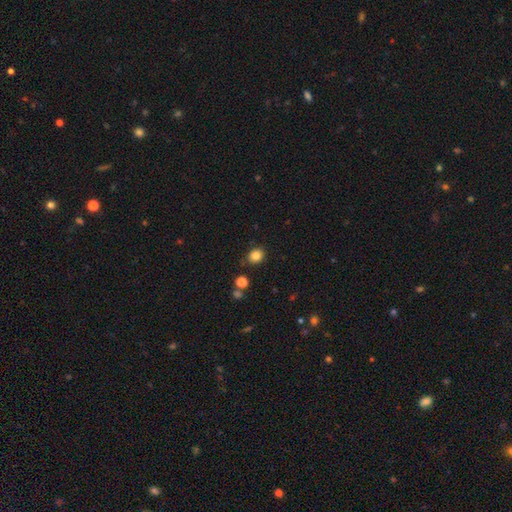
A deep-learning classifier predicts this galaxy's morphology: Overall: smooth (83%). How rounded: round (65%; in between 34%). Merging: none (82%).